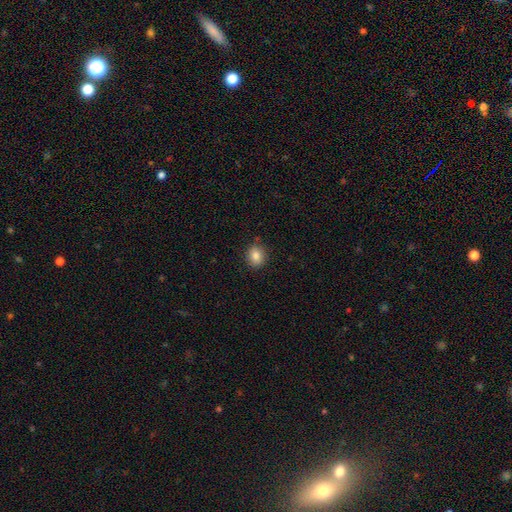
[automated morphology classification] smooth-or-featured: smooth: 84% | star or artifact: 10% | featured or disk: 6%
  how-rounded: round: 70% | in between: 29% | cigar-shaped: 1%
  merging: none: 87% | minor disturbance: 10% | major disturbance: 2% | merger: 2%